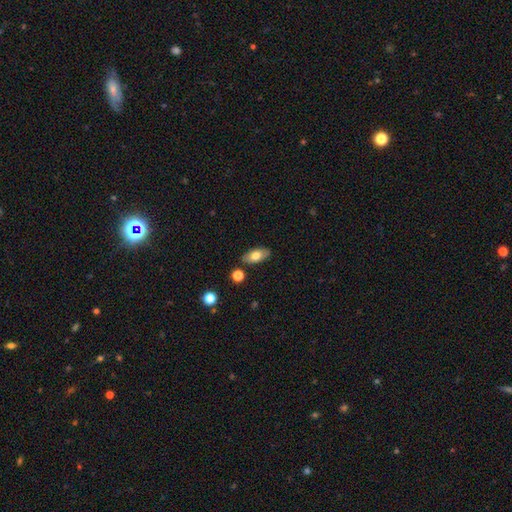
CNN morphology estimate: Smooth or featured?
  - smooth: 72% *
  - featured or disk: 21%
  - star or artifact: 7%
How rounded?
  - in between: 89% *
  - cigar-shaped: 7%
  - round: 4%
Merging?
  - none: 85% *
  - minor disturbance: 10%
  - merger: 3%
  - major disturbance: 2%